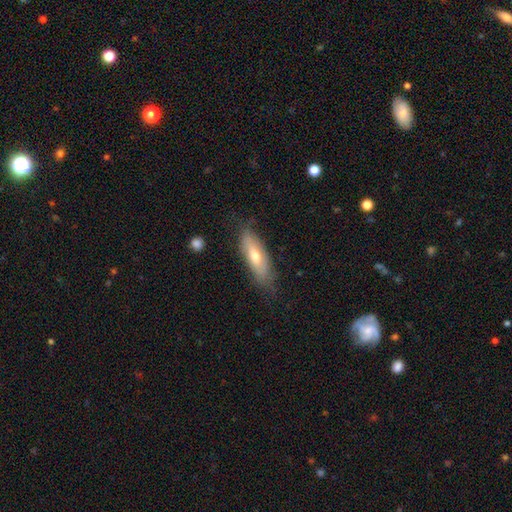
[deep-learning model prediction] Smooth or featured?
  - smooth: 58% *
  - featured or disk: 36%
  - star or artifact: 6%
How rounded?
  - in between: 60% *
  - cigar-shaped: 37%
  - round: 2%
Merging?
  - none: 74% *
  - minor disturbance: 19%
  - major disturbance: 5%
  - merger: 1%